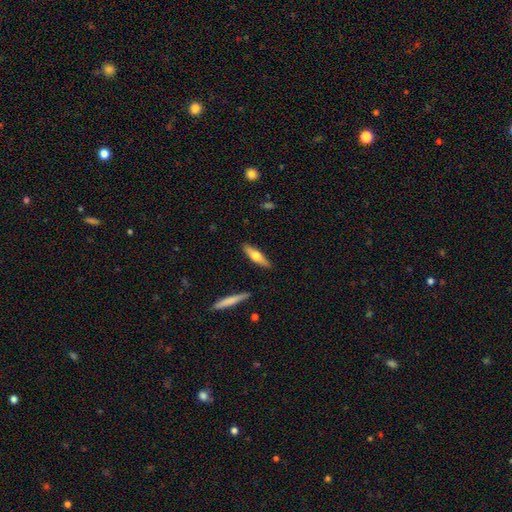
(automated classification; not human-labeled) smooth 54%, featured or disk 40%, star or artifact 6%. Down the decision tree: how rounded — cigar-shaped (70%); merging — none (88%).